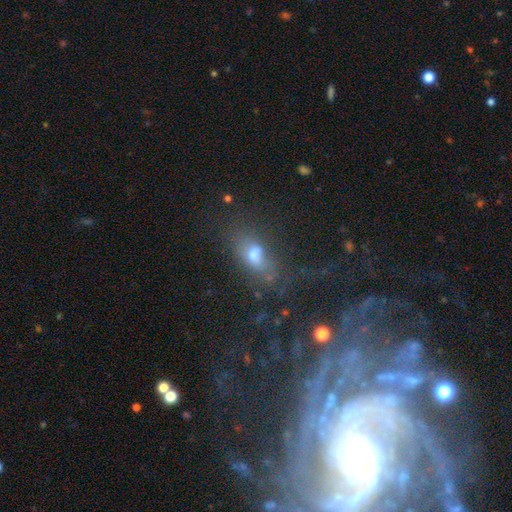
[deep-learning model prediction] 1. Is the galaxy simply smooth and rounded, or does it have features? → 44% smooth, 33% featured or disk, 22% star or artifact.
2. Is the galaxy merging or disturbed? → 61% none, 19% minor disturbance, 14% major disturbance, 6% merger.